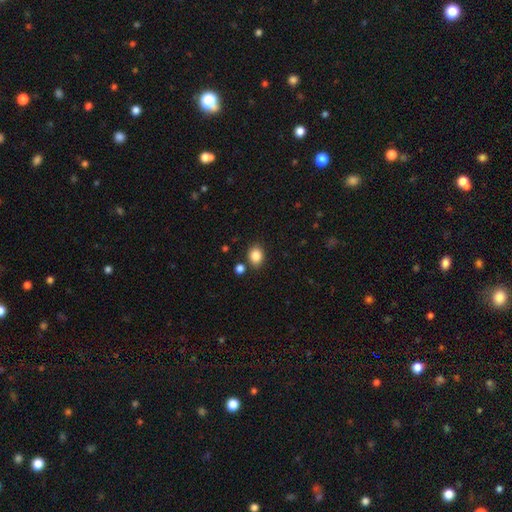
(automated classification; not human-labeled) The model was most divided on "how rounded": in between: 58%, round: 41%, cigar-shaped: 1%. More confident: smooth or featured — smooth (86%); merging — none (80%).